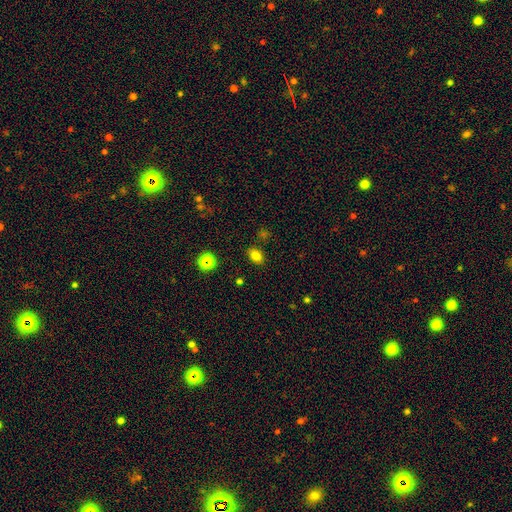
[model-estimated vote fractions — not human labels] This appears to be a smooth galaxy with no disk features (79%) that is in between round and cigar-shaped (71%). Merging: none (84%).